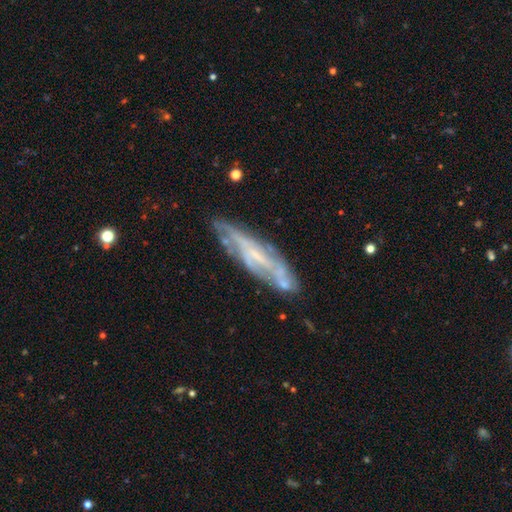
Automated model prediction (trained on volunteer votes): A featured or disk galaxy (73%). Merging: none (70%).